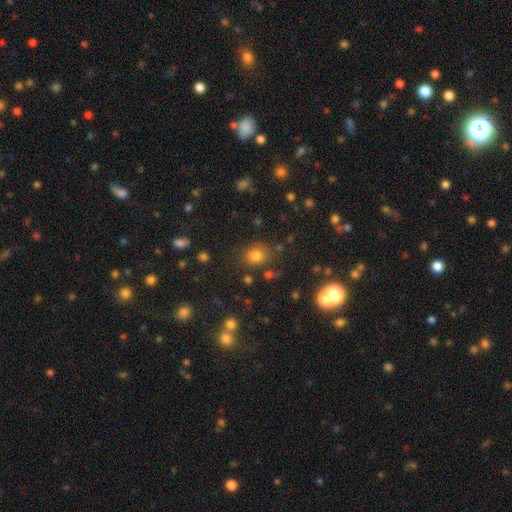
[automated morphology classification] smooth 75%, star or artifact 18%, featured or disk 7%. Down the decision tree: how rounded — round (65%); merging — none (78%).